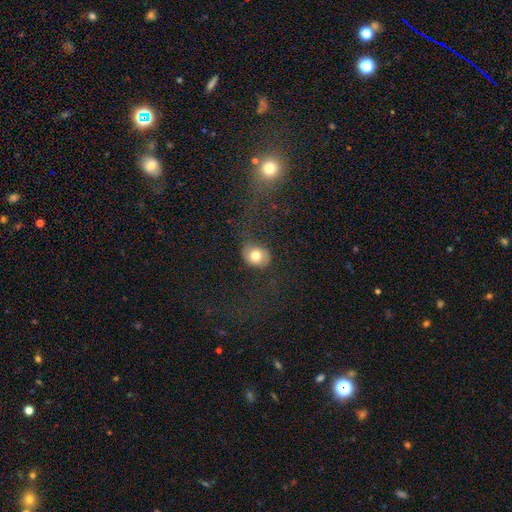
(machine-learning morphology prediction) This appears to be a smooth galaxy with no disk features (75%) that is round (51%). Merging: none (67%).